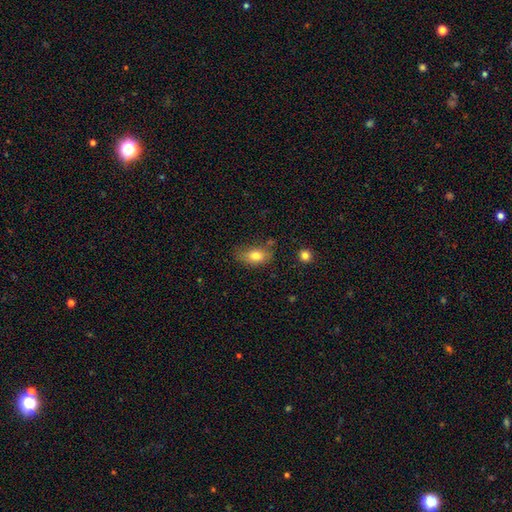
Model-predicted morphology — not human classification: Smooth or featured?
  - smooth: 79% *
  - featured or disk: 13%
  - star or artifact: 8%
How rounded?
  - in between: 87% *
  - round: 10%
  - cigar-shaped: 3%
Merging?
  - none: 64% *
  - minor disturbance: 25%
  - major disturbance: 7%
  - merger: 4%